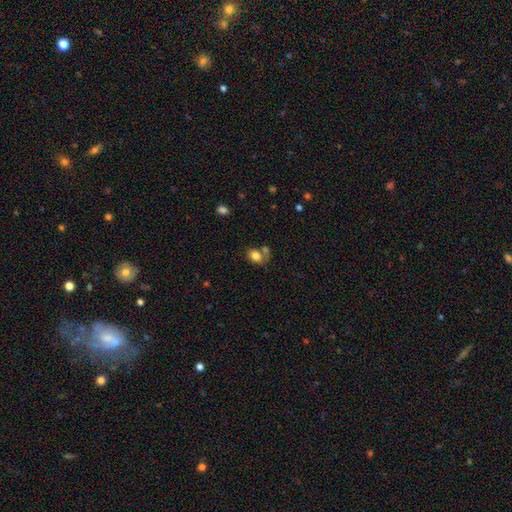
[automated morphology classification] smooth-or-featured: smooth: 79% | featured or disk: 12% | star or artifact: 9%
  how-rounded: in between: 69% | round: 29% | cigar-shaped: 1%
  merging: none: 44% | merger: 29% | minor disturbance: 17% | major disturbance: 10%